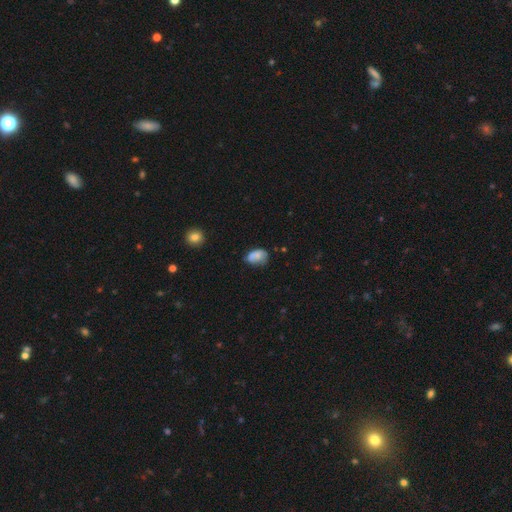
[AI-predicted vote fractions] Q: Smooth or featured?
A: smooth (70%); runner-up: featured or disk (20%)
Q: How rounded?
A: in between (78%); runner-up: round (21%)
Q: Merging?
A: none (46%); runner-up: minor disturbance (36%)